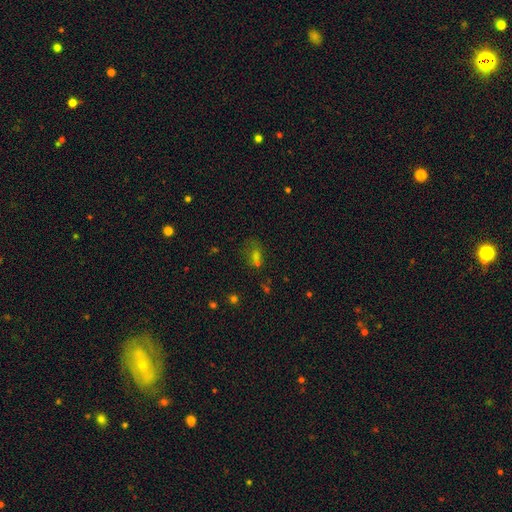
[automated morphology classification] This appears to be a smooth galaxy with no disk features (55%) that is in between round and cigar-shaped (70%). Merging: none (43%).